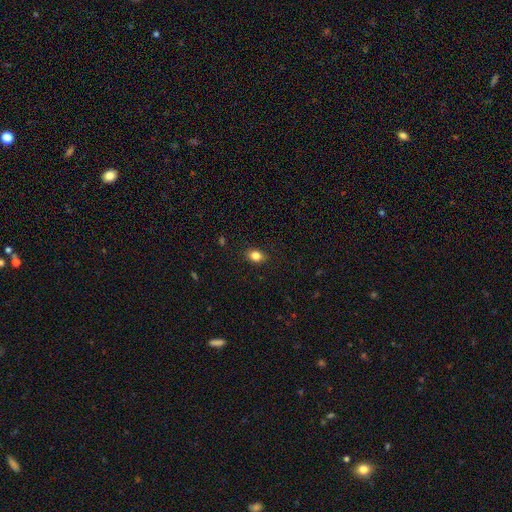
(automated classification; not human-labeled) Morphology: type=smooth (83%); roundness=in between (64%); merging=none (87%).